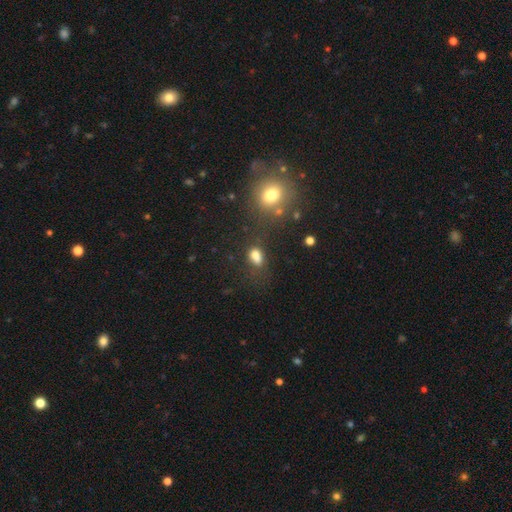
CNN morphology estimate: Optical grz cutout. It shows a smooth galaxy with no disk features (77%) that is in between round and cigar-shaped (75%). Merging: none (53%).